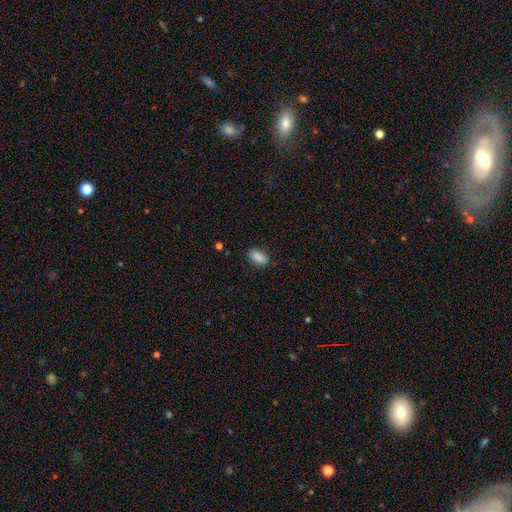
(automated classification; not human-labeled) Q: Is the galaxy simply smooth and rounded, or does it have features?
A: smooth — 88%.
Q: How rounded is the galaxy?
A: in between — 90%.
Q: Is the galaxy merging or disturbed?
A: none — 86%.